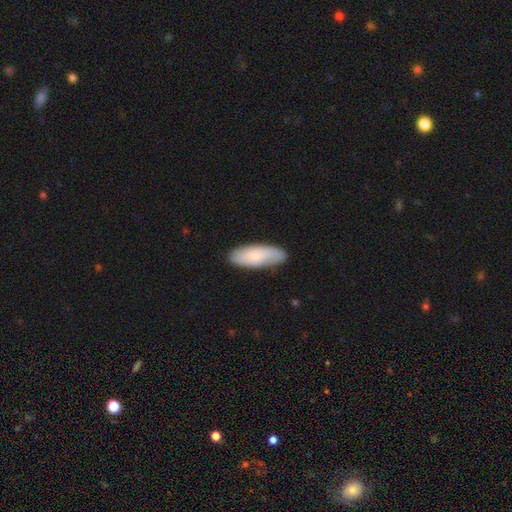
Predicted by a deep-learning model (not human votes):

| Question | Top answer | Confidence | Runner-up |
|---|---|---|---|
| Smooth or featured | smooth | 76% | featured or disk (18%) |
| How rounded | in between | 71% | cigar-shaped (28%) |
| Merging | none | 81% | minor disturbance (15%) |